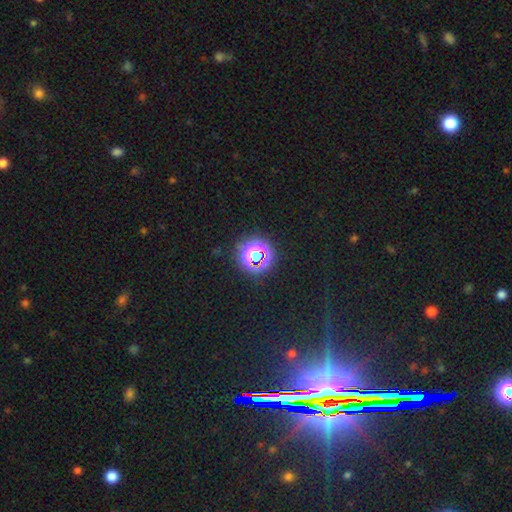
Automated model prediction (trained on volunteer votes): A star or artifact, not a galaxy (58%).